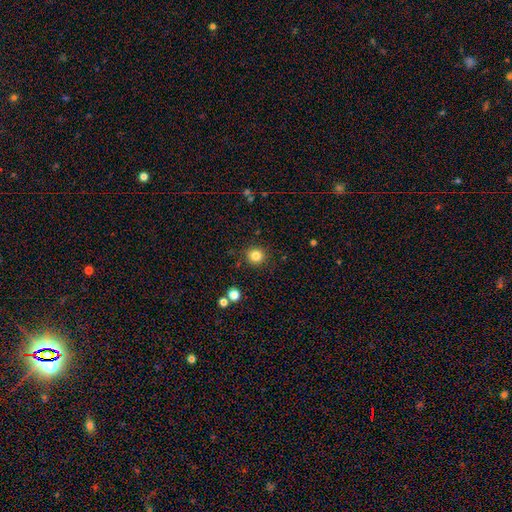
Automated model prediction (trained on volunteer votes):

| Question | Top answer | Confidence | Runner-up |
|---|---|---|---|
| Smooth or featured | smooth | 83% | star or artifact (12%) |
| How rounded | round | 91% | in between (8%) |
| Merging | none | 88% | minor disturbance (7%) |